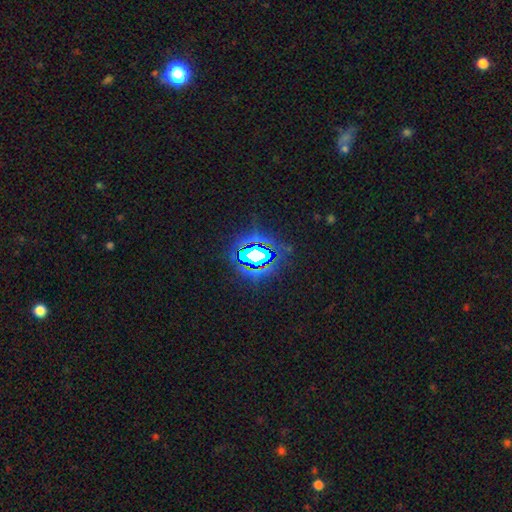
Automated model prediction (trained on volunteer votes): Smooth or featured: star or artifact — 70% (featured or disk — 15%)